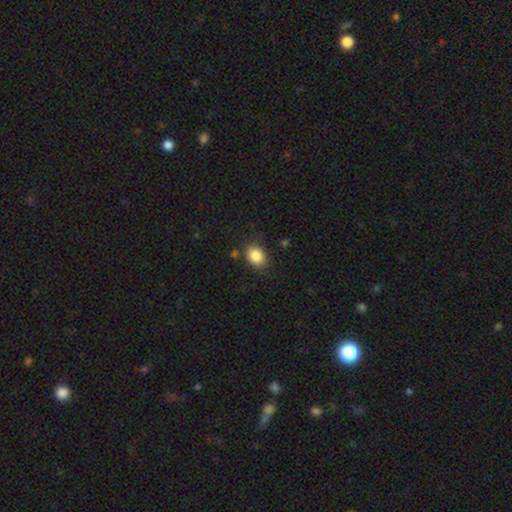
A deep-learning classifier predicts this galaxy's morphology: Smooth or featured? Predicted: smooth (p=0.86). How rounded? Predicted: in between (p=0.59). Merging? Predicted: none (p=0.79).